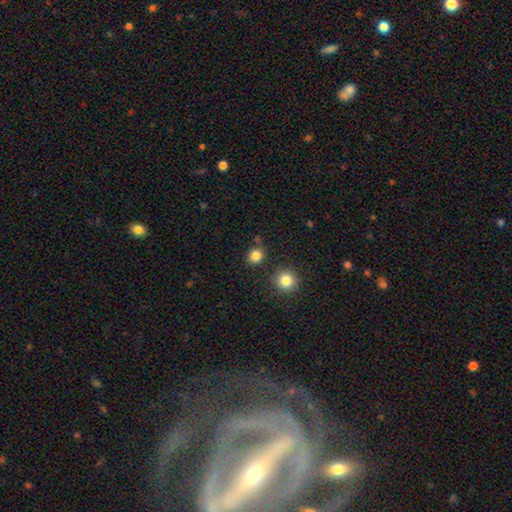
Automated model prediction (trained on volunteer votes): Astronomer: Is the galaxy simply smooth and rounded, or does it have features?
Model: smooth — 84%.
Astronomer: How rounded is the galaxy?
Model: round — 84%.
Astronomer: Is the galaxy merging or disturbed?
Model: none — 84%.